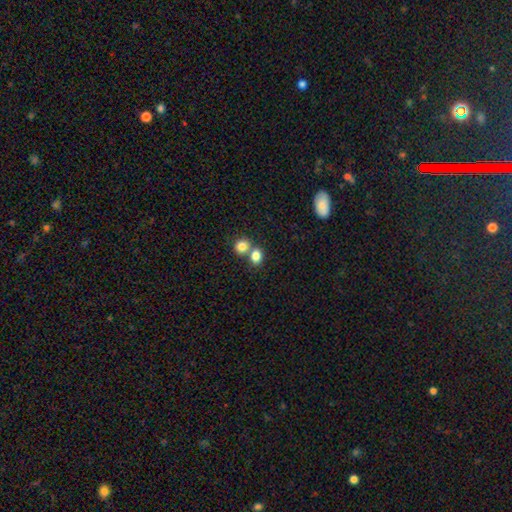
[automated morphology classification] smooth-or-featured: smooth: 82% | star or artifact: 10% | featured or disk: 7%
  how-rounded: round: 54% | in between: 45% | cigar-shaped: 1%
  merging: merger: 46% | none: 44% | minor disturbance: 7% | major disturbance: 3%